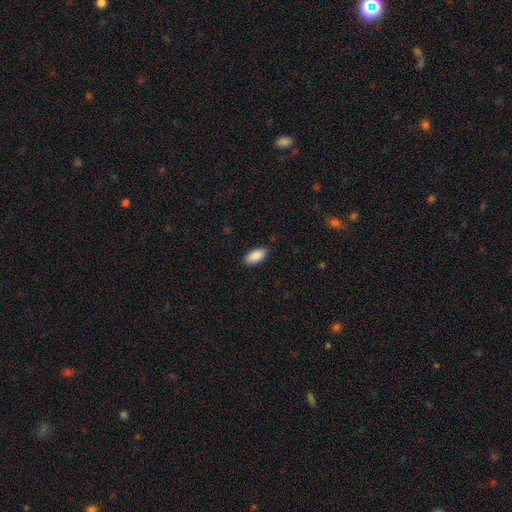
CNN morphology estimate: Smooth or featured: smooth — 90% (star or artifact — 6%)
How rounded: in between — 92% (cigar-shaped — 6%)
Merging: none — 88% (minor disturbance — 9%)